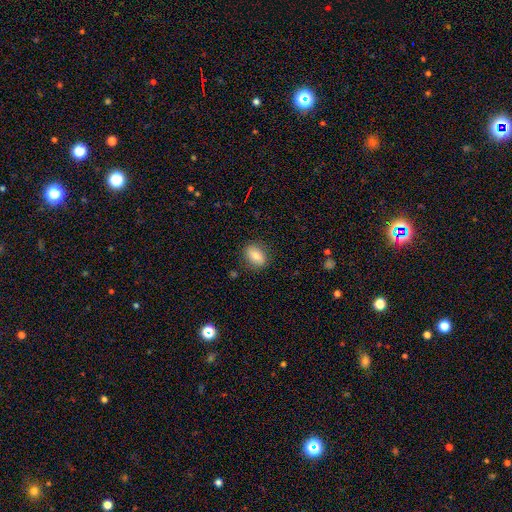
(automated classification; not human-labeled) Smooth or featured: smooth — 78% (featured or disk — 14%)
How rounded: in between — 73% (round — 24%)
Merging: none — 84% (minor disturbance — 11%)